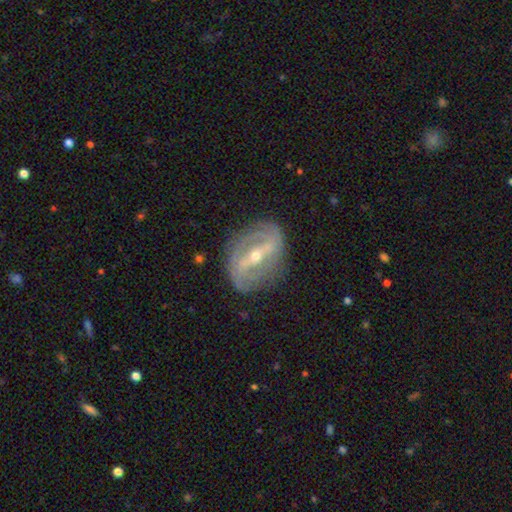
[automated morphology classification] This appears to be a featured or disk galaxy (85%) with a strong bar (68%), 2 (64%) tight (45%) spiral arms (81%) and a small central bulge (52%). Merging: none (75%).